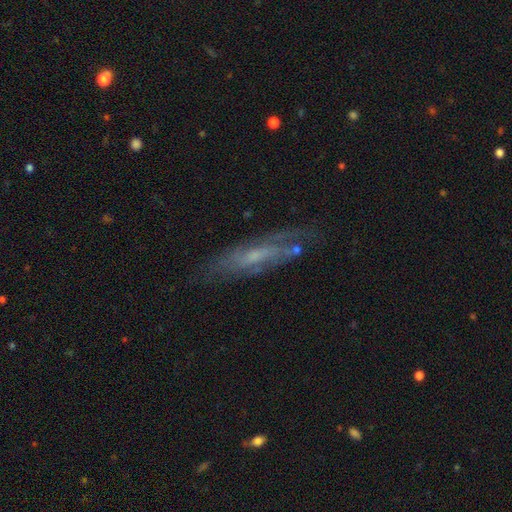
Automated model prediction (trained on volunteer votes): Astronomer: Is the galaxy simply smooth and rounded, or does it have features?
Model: featured or disk — 63%.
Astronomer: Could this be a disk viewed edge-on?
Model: no — 54% (runner-up: yes, 46%).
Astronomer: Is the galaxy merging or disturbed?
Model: none — 66%.